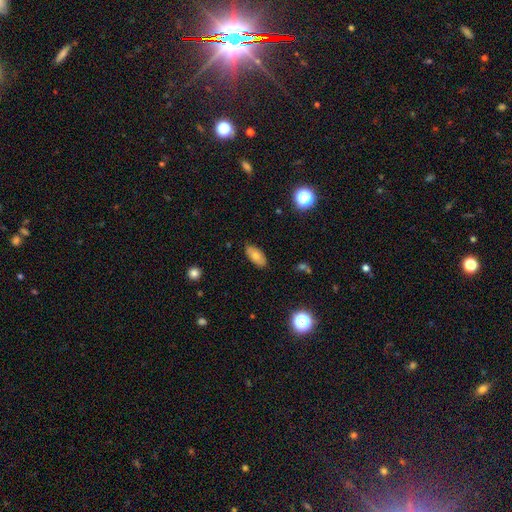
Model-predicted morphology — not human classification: A smooth galaxy with no disk features (73%) that is in between round and cigar-shaped (92%). Merging: none (83%).